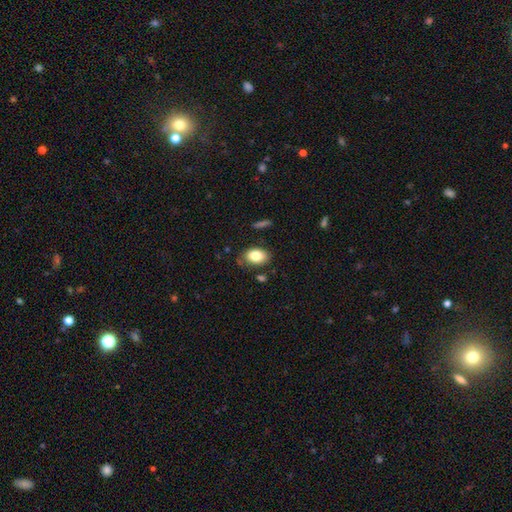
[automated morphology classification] This appears to be a smooth galaxy with no disk features (82%) that is in between round and cigar-shaped (86%). Merging: none (77%).